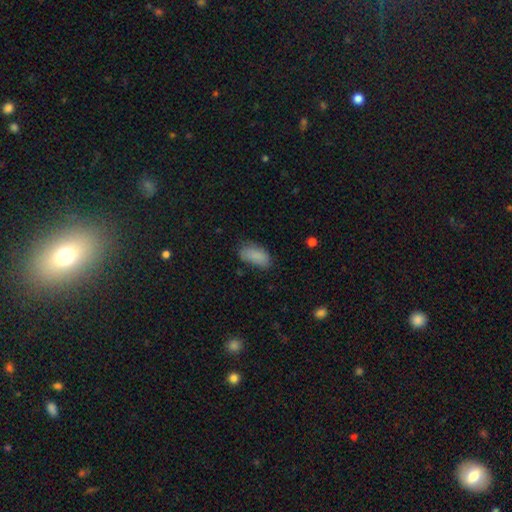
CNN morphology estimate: type=smooth (85%); roundness=in between (93%); merging=none (61%).